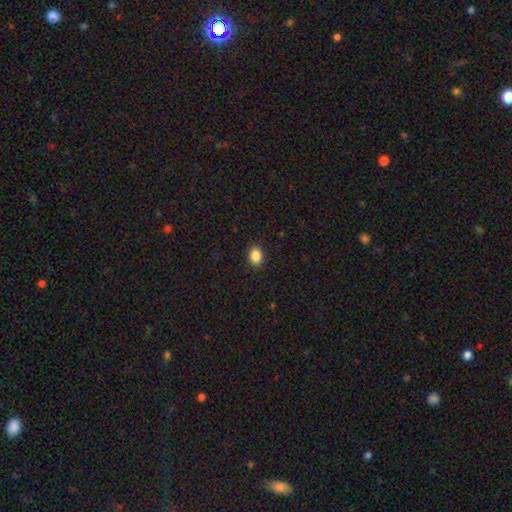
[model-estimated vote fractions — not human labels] Smooth or featured: smooth — 87% (star or artifact — 9%)
How rounded: in between — 66% (round — 33%)
Merging: none — 90% (minor disturbance — 7%)